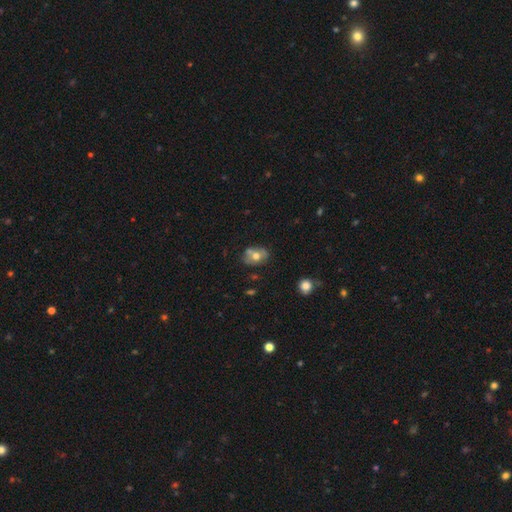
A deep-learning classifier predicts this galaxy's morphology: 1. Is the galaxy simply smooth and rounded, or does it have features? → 58% smooth, 32% featured or disk, 10% star or artifact.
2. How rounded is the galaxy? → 67% in between, 32% round, 1% cigar-shaped.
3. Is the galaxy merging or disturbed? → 57% none, 20% minor disturbance, 17% merger, 6% major disturbance.